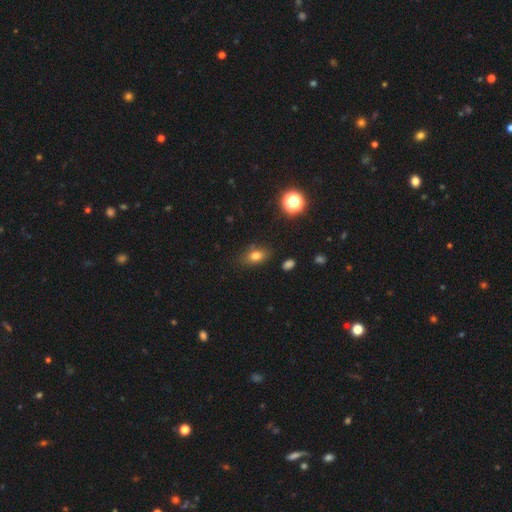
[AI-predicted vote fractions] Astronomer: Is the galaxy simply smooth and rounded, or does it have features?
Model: smooth — 76%.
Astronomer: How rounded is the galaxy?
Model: in between — 80%.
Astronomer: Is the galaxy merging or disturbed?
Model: none — 79%.